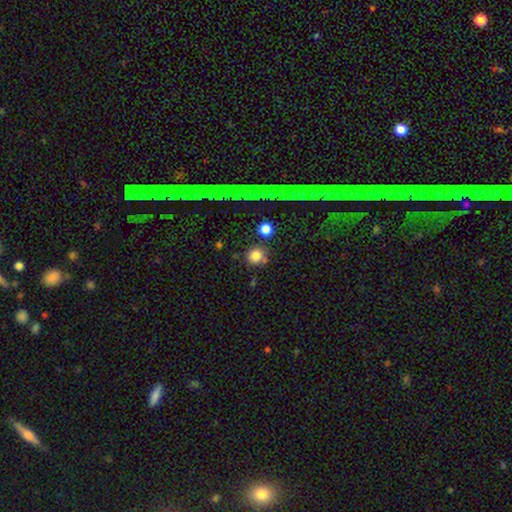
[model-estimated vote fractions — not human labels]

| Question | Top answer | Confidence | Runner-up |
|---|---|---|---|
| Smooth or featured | smooth | 81% | star or artifact (11%) |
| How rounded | round | 92% | in between (7%) |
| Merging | none | 72% | merger (12%) |